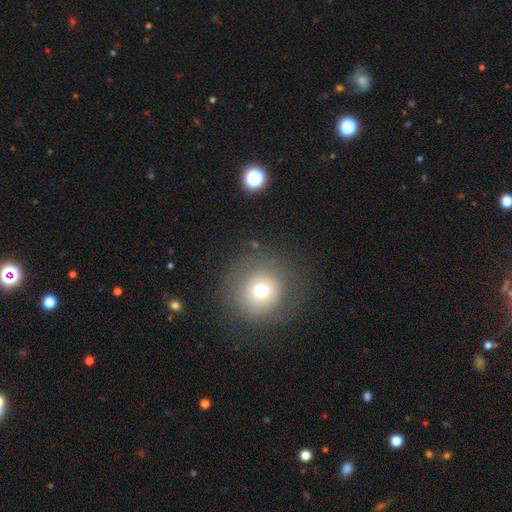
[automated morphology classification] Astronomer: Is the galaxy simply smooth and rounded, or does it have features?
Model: smooth — 65%.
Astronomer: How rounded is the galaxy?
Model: round — 93%.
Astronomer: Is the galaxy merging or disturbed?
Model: none — 84%.